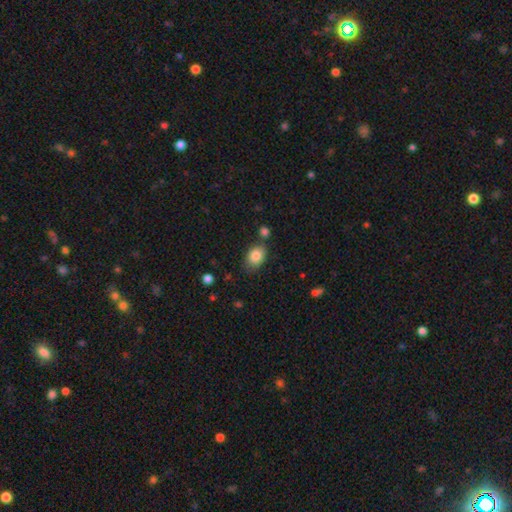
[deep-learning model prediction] A smooth galaxy with no disk features (85%) that is in between round and cigar-shaped (81%). Merging: none (69%).